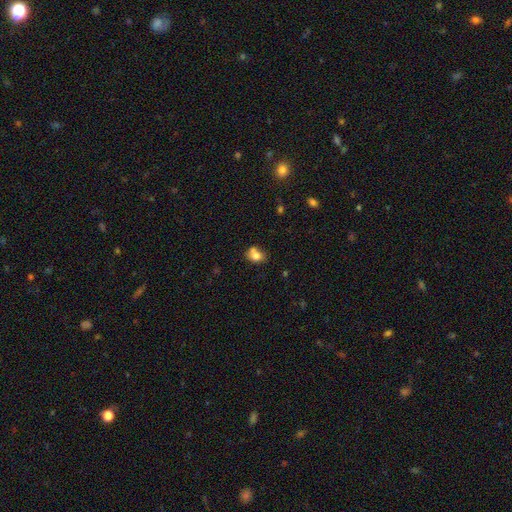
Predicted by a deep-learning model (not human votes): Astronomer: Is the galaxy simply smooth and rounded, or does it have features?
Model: smooth — 77%.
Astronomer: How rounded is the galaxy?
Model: in between — 55% (runner-up: round, 44%).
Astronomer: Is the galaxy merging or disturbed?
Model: none — 44% (runner-up: merger, 29%).